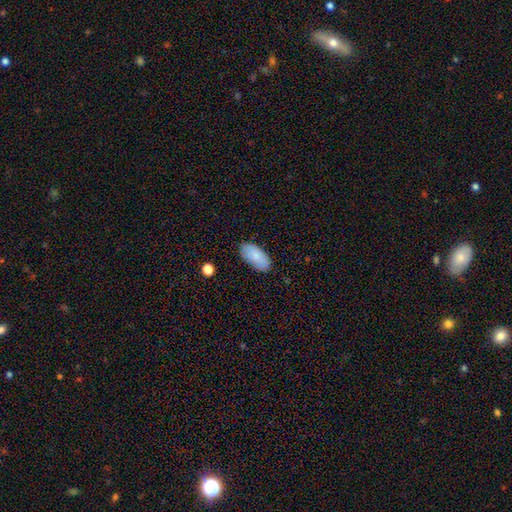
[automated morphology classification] Smooth or featured?
  - smooth: 84% *
  - featured or disk: 9%
  - star or artifact: 7%
How rounded?
  - in between: 94% *
  - cigar-shaped: 4%
  - round: 2%
Merging?
  - none: 83% *
  - minor disturbance: 13%
  - major disturbance: 3%
  - merger: 1%